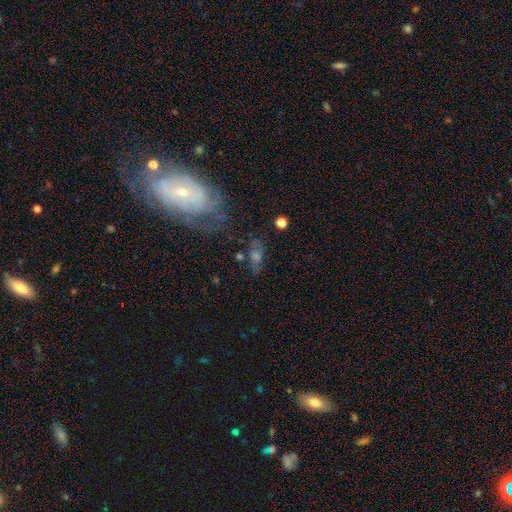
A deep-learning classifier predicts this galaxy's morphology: This appears to be a featured or disk galaxy (46%). Merging: none (55%).